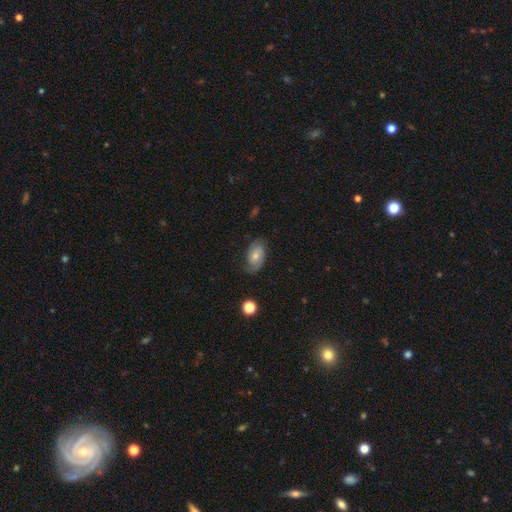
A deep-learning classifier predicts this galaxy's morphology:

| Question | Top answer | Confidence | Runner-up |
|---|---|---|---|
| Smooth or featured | featured or disk | 49% | smooth (43%) |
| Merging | none | 68% | minor disturbance (23%) |